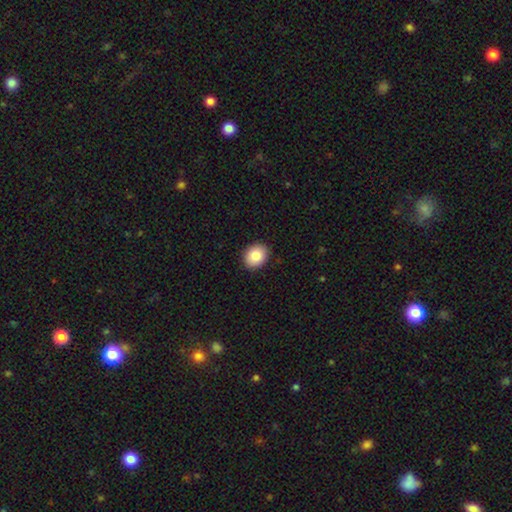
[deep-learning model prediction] Smooth or featured? smooth (85%)
How rounded? in between (50%)
Merging? none (91%)